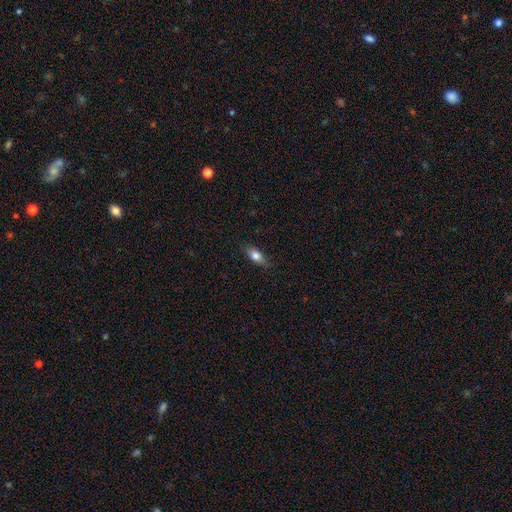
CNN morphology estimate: Smooth or featured?
  - smooth: 79% *
  - featured or disk: 13%
  - star or artifact: 8%
How rounded?
  - in between: 80% *
  - cigar-shaped: 14%
  - round: 6%
Merging?
  - none: 78% *
  - minor disturbance: 17%
  - major disturbance: 4%
  - merger: 1%